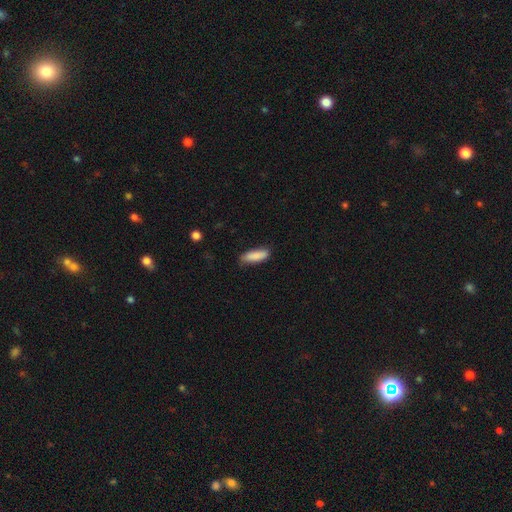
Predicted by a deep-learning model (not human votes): A smooth galaxy with no disk features (88%) that is in between round and cigar-shaped (51%). Merging: none (79%).